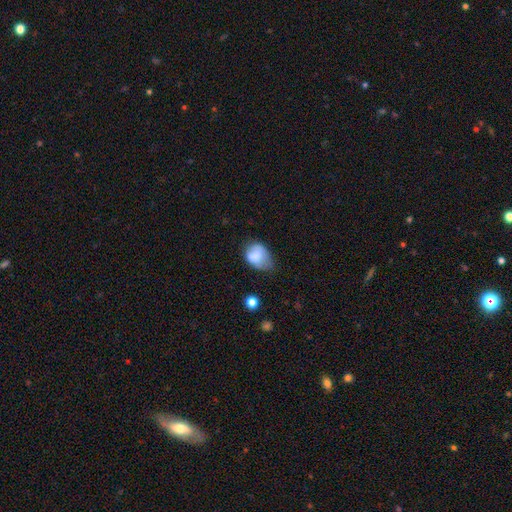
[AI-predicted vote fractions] Overall: smooth (76%). How rounded: in between (68%; round 31%). Merging: minor disturbance (43%; none 32%).